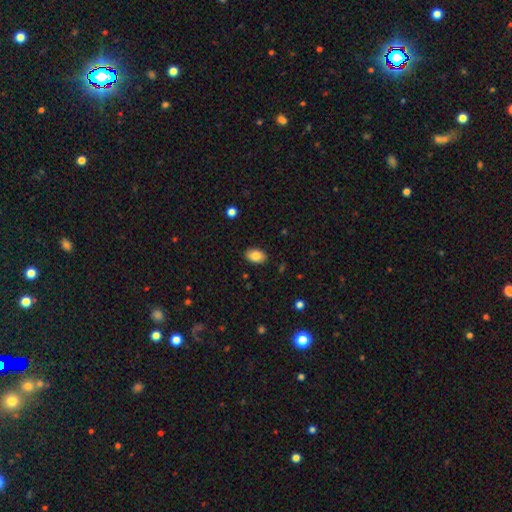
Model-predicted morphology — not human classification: smooth-or-featured: smooth: 85% | star or artifact: 8% | featured or disk: 8%
  how-rounded: in between: 88% | round: 11% | cigar-shaped: 1%
  merging: none: 88% | minor disturbance: 9% | major disturbance: 2% | merger: 1%